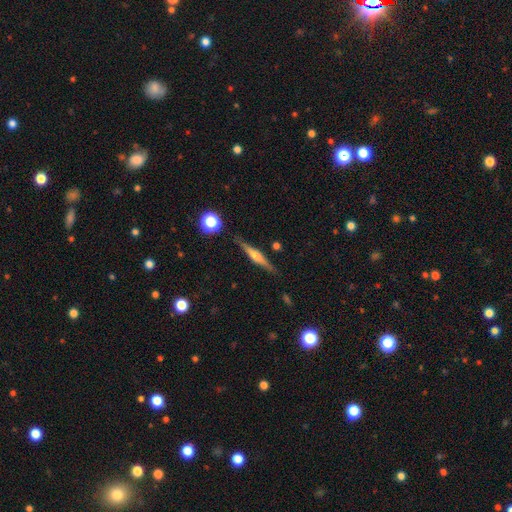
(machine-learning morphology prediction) Q: Smooth or featured?
A: featured or disk (66%); runner-up: smooth (27%)
Q: Edge-on disk?
A: yes (97%); runner-up: no (3%)
Q: Edge-on bulge?
A: rounded (77%); runner-up: boxy (15%)
Q: Merging?
A: none (87%); runner-up: minor disturbance (9%)